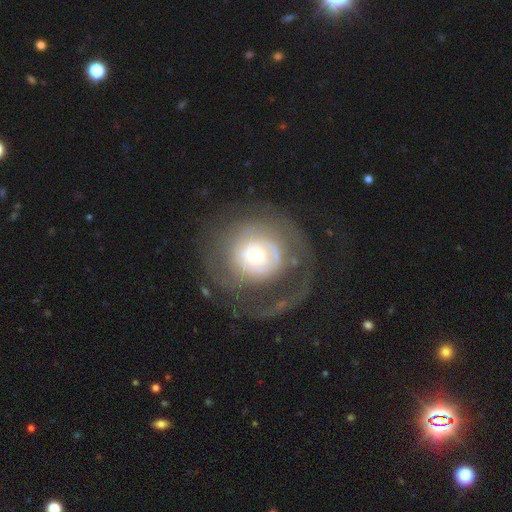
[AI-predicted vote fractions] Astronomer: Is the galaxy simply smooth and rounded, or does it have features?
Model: featured or disk — 68%.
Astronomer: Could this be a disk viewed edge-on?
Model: no — 97%.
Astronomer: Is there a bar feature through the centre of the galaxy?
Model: no — 81%.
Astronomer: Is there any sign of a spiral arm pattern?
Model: yes — 70%.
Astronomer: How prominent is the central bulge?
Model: small — 47% (runner-up: moderate, 36%).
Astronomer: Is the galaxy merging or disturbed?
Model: major disturbance — 43% (runner-up: none, 39%).